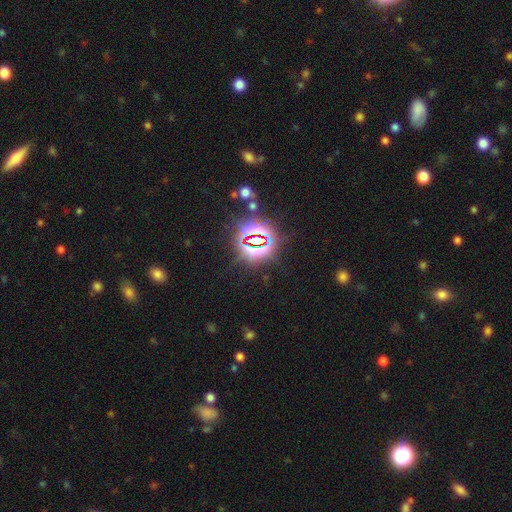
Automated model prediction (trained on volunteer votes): star or artifact 81%, smooth 12%, featured or disk 7%.